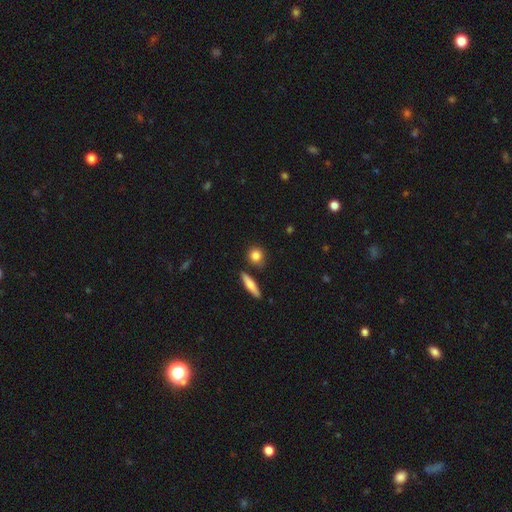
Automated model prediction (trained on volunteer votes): Smooth or featured: smooth — 83% (featured or disk — 9%)
How rounded: round — 79% (in between — 15%)
Merging: none — 80% (minor disturbance — 10%)